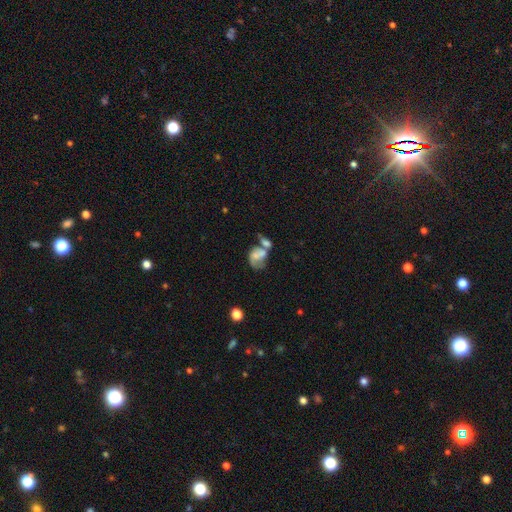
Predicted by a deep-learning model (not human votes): This is possibly a featured or disk galaxy (46%). Merging: possibly merger (51%).